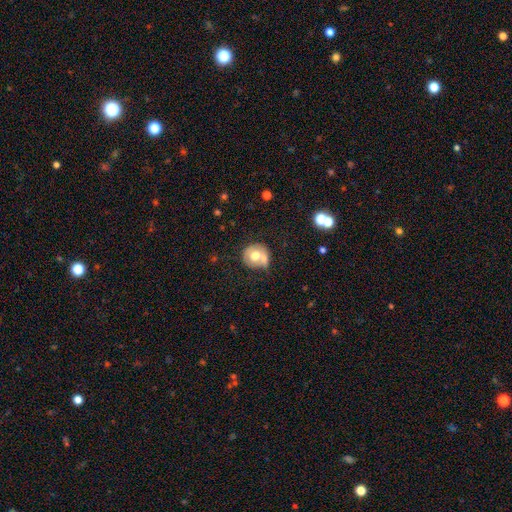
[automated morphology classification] A smooth galaxy with no disk features (63%) that is round (86%).

Vote fractions:
- Smooth or featured? smooth: 63% / featured or disk: 28% / star or artifact: 8%
- How rounded? round: 86% / in between: 13% / cigar-shaped: 1%
- Merging? none: 46% / merger: 33% / minor disturbance: 15% / major disturbance: 6%